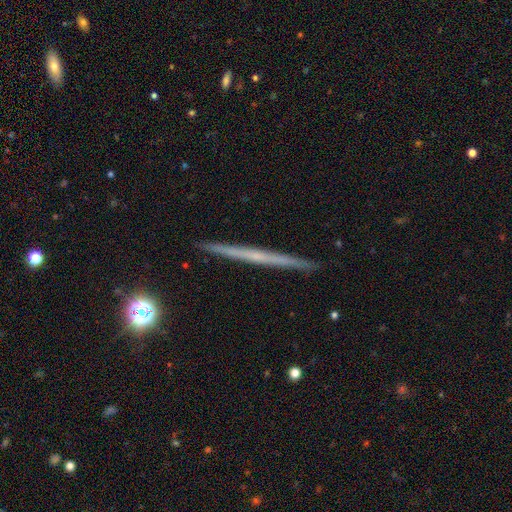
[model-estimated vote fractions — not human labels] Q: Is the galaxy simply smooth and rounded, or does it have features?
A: featured or disk — 63%.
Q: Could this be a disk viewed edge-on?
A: yes — 98%.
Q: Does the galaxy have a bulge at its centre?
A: none — 84%.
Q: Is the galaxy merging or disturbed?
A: none — 93%.